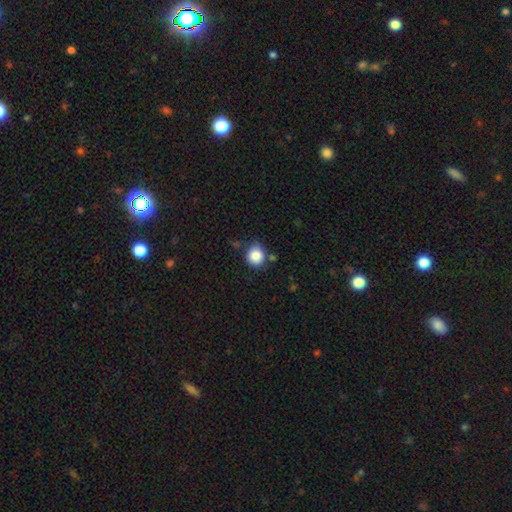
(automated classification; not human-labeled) This is clearly a smooth galaxy (86%). How rounded: clearly round (82%). Merging: likely none (72%).